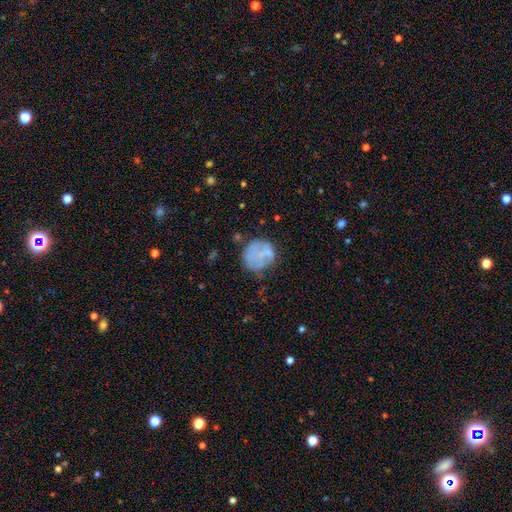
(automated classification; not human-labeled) smooth 48%, featured or disk 37%, star or artifact 15%. Down the decision tree: merging — none (57%).